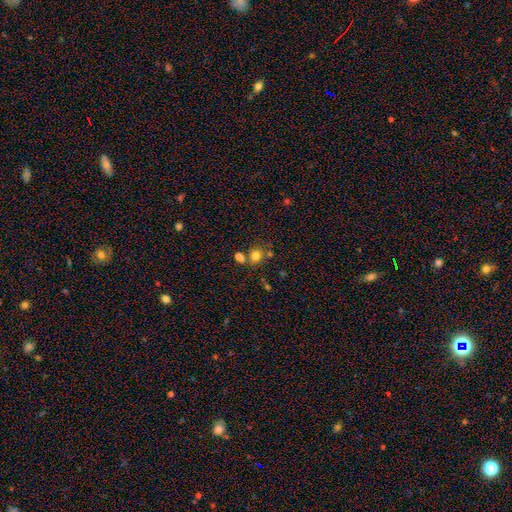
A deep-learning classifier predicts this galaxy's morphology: smooth-or-featured: smooth: 77% | star or artifact: 14% | featured or disk: 9%
  how-rounded: round: 75% | in between: 24% | cigar-shaped: 1%
  merging: none: 61% | merger: 23% | minor disturbance: 12% | major disturbance: 5%